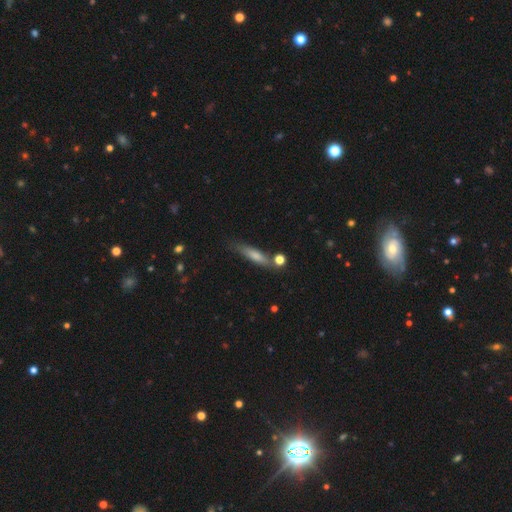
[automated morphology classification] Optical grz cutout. It shows a smooth galaxy with no disk features (68%) that is cigar-shaped (79%). Merging: none (68%).